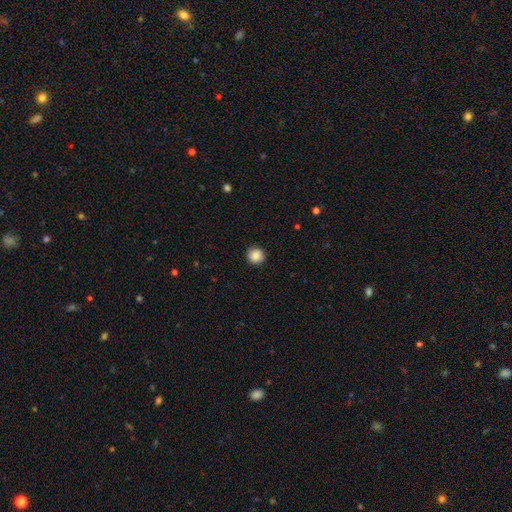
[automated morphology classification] A smooth galaxy with no disk features (87%) that is round (94%).

Vote fractions:
- Smooth or featured? smooth: 87% / star or artifact: 9% / featured or disk: 4%
- How rounded? round: 94% / in between: 5% / cigar-shaped: 1%
- Merging? none: 91% / minor disturbance: 7% / major disturbance: 2% / merger: 1%